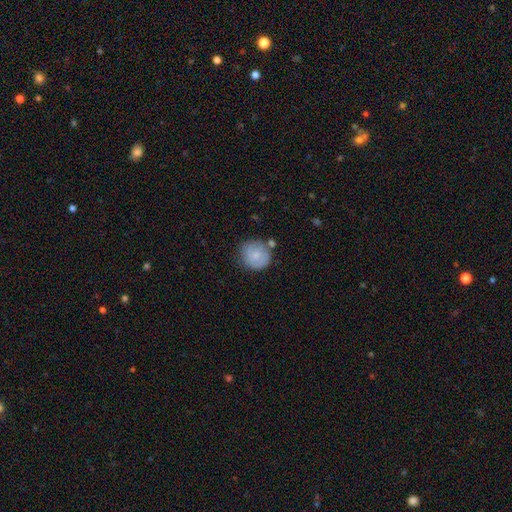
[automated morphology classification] A smooth galaxy with no disk features (61%) that is round (87%). Merging: none (67%).